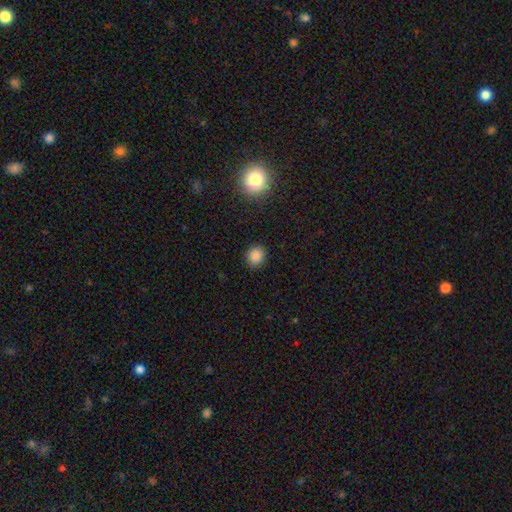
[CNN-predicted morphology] A smooth galaxy with no disk features (85%) that is round (73%). Merging: none (90%).